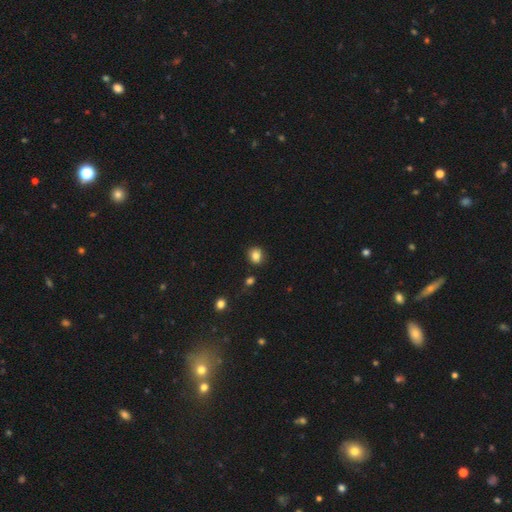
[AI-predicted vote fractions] Smooth or featured? smooth (83%)
How rounded? round (67%)
Merging? none (86%)